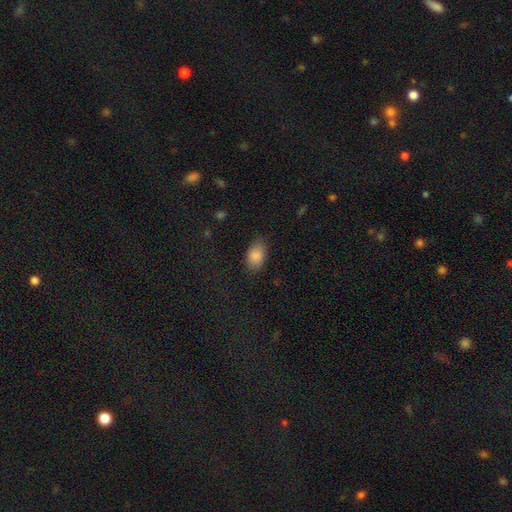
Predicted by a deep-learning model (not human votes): Smooth or featured: smooth — 86% (star or artifact — 8%)
How rounded: in between — 88% (round — 10%)
Merging: none — 78% (minor disturbance — 17%)